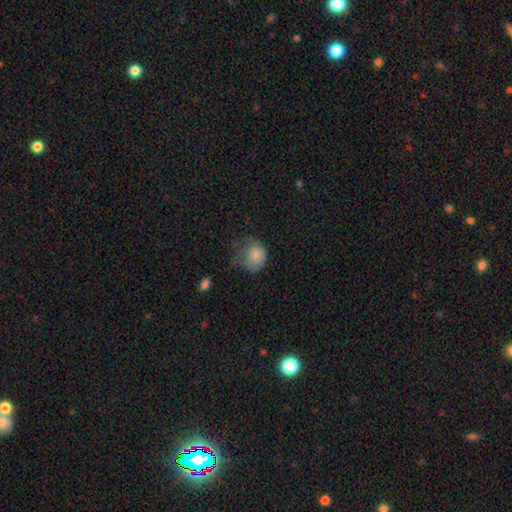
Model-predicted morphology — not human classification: Overall: smooth (80%). How rounded: round (73%). Merging: minor disturbance (35%, tied with none).